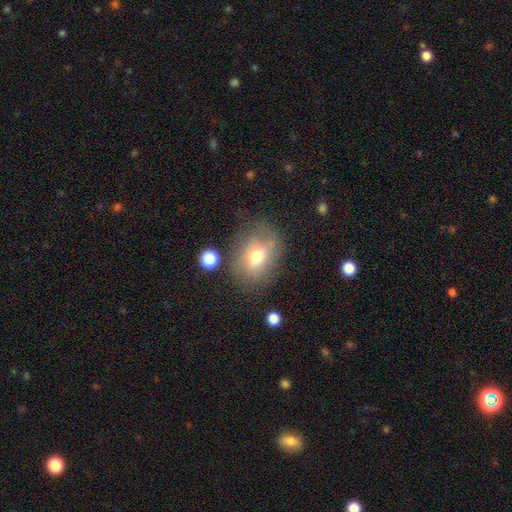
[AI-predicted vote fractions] smooth_or_featured: smooth (p=0.68) [alt: featured or disk p=0.20]
how_rounded: in between (p=0.58) [alt: round p=0.40]
merging: none (p=0.64) [alt: minor disturbance p=0.21]